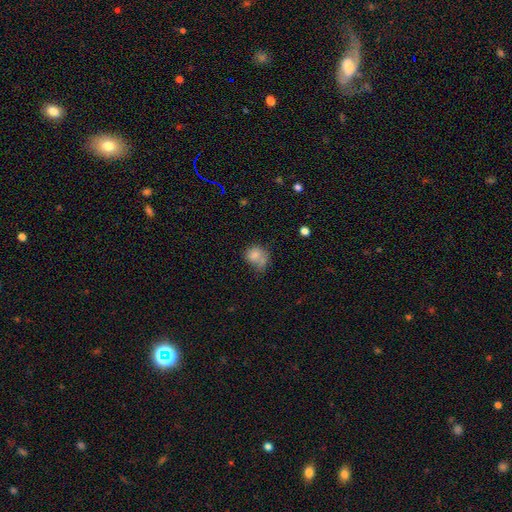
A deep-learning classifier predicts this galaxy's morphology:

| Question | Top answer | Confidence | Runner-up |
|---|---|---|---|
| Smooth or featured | smooth | 77% | featured or disk (13%) |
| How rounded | round | 59% | in between (40%) |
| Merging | none | 33% | merger (27%) |